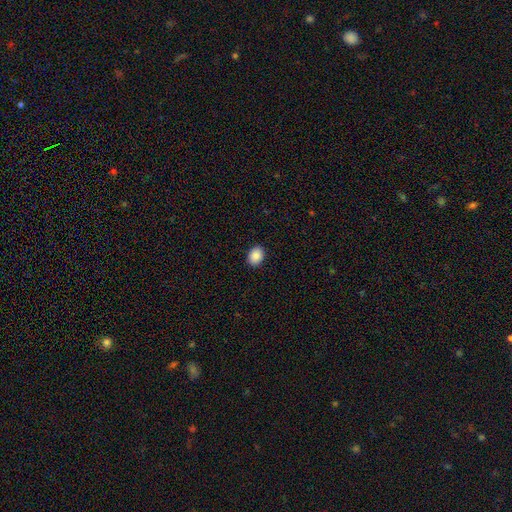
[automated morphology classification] Q: Smooth or featured?
A: smooth (89%); runner-up: star or artifact (8%)
Q: How rounded?
A: in between (60%); runner-up: round (39%)
Q: Merging?
A: none (90%); runner-up: minor disturbance (7%)